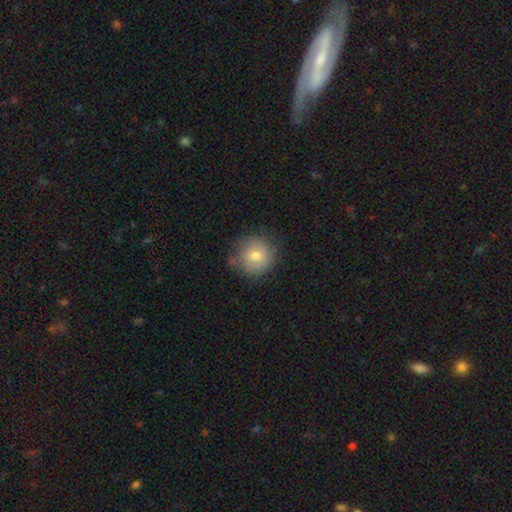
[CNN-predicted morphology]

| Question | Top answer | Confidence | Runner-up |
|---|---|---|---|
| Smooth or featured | smooth | 74% | featured or disk (17%) |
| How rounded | round | 93% | in between (6%) |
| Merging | none | 76% | minor disturbance (17%) |